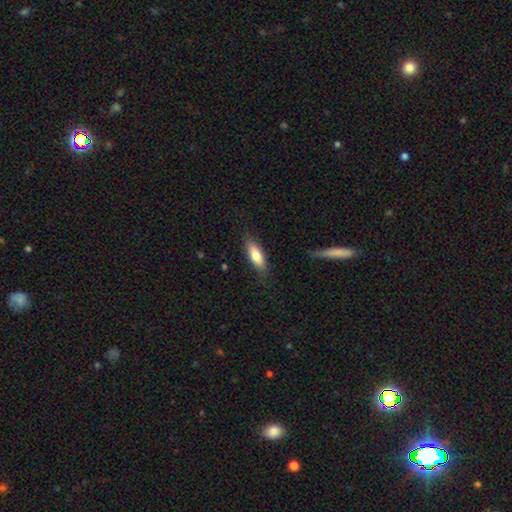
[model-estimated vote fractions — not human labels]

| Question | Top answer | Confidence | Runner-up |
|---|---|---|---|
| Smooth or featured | smooth | 75% | featured or disk (19%) |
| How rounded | in between | 65% | cigar-shaped (33%) |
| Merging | none | 81% | minor disturbance (14%) |